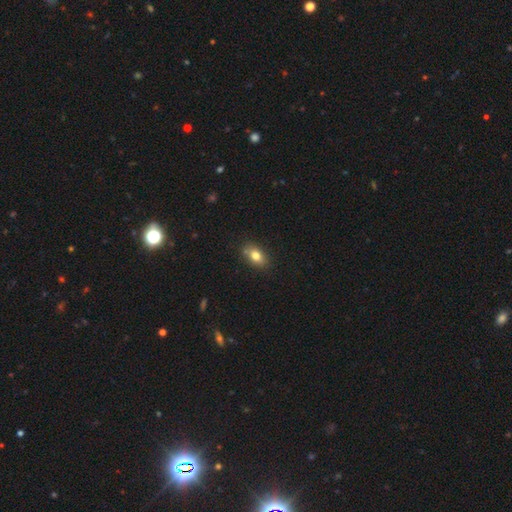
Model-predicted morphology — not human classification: smooth-or-featured: smooth: 79% | featured or disk: 12% | star or artifact: 9%
  how-rounded: in between: 83% | round: 14% | cigar-shaped: 3%
  merging: none: 78% | minor disturbance: 14% | merger: 4% | major disturbance: 3%